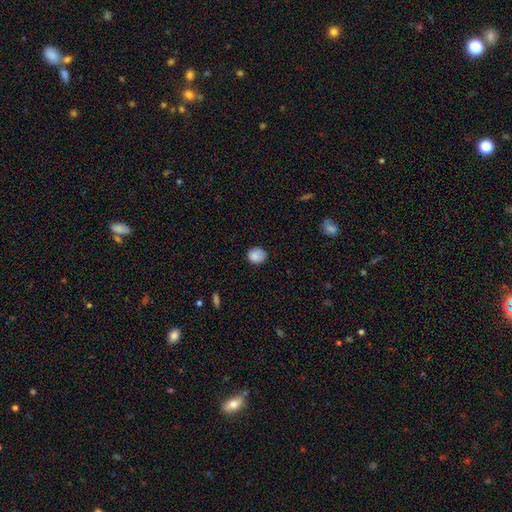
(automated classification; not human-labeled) Q: Smooth or featured?
A: smooth (86%); runner-up: star or artifact (9%)
Q: How rounded?
A: round (75%); runner-up: in between (24%)
Q: Merging?
A: none (78%); runner-up: minor disturbance (18%)